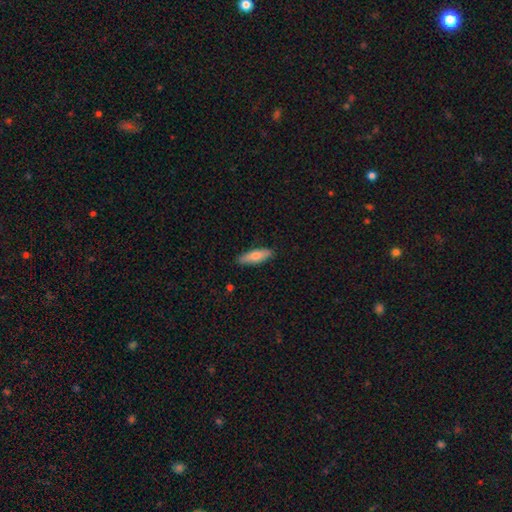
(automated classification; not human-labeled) Smooth or featured? Predicted: smooth (p=0.74). How rounded? Predicted: in between (p=0.50). Merging? Predicted: none (p=0.87).